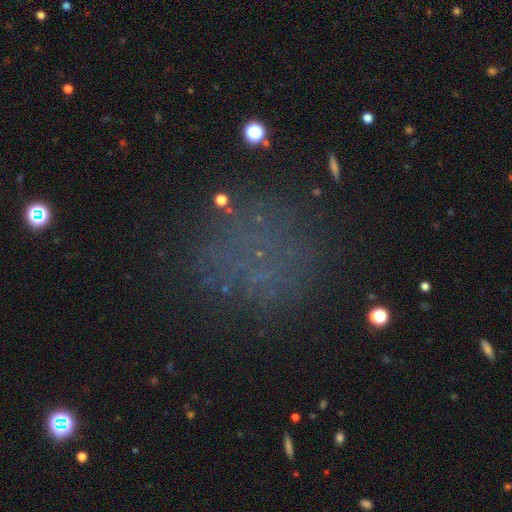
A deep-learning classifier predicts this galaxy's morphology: This appears to be a smooth galaxy with no disk features (48%). Merging: none (75%).